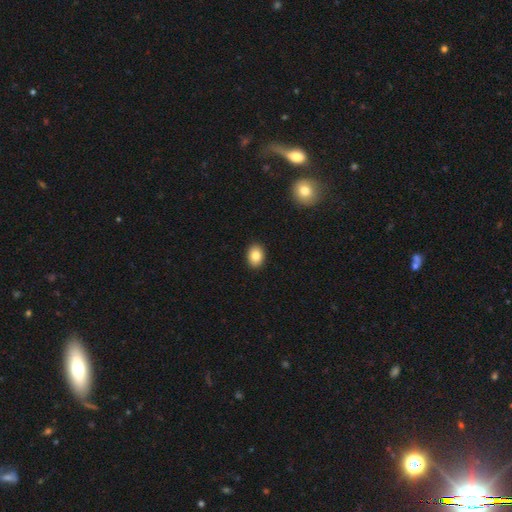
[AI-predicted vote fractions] Smooth or featured?
  - smooth: 84% *
  - star or artifact: 9%
  - featured or disk: 7%
How rounded?
  - in between: 62% *
  - round: 37%
  - cigar-shaped: 1%
Merging?
  - none: 92% *
  - minor disturbance: 6%
  - major disturbance: 2%
  - merger: 1%